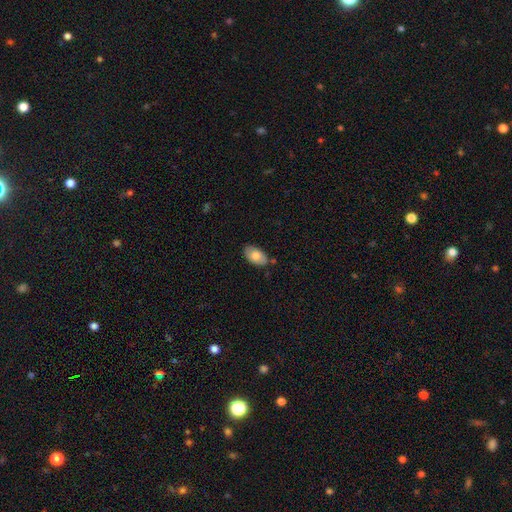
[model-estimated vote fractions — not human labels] Overall: smooth (74%). How rounded: in between (93%). Merging: none (78%).